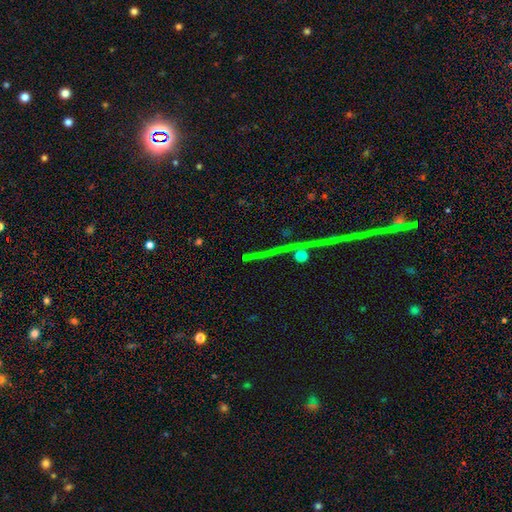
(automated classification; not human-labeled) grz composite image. It shows a star or artifact, not a galaxy (68%).